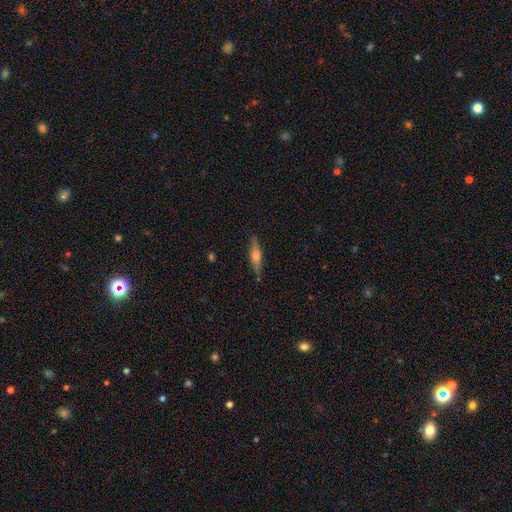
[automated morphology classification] smooth_or_featured: featured or disk (p=0.67) [alt: smooth p=0.27]
disk_edge_on: yes (p=0.97) [alt: no p=0.03]
edge_on_bulge: rounded (p=0.84) [alt: boxy p=0.12]
merging: none (p=0.87) [alt: minor disturbance p=0.09]